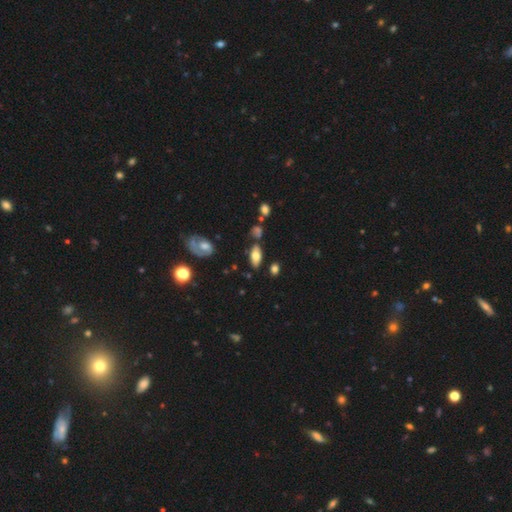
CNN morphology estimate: smooth_or_featured: smooth (p=0.71) [alt: featured or disk p=0.21]
how_rounded: in between (p=0.87) [alt: cigar-shaped p=0.10]
merging: none (p=0.75) [alt: minor disturbance p=0.15]